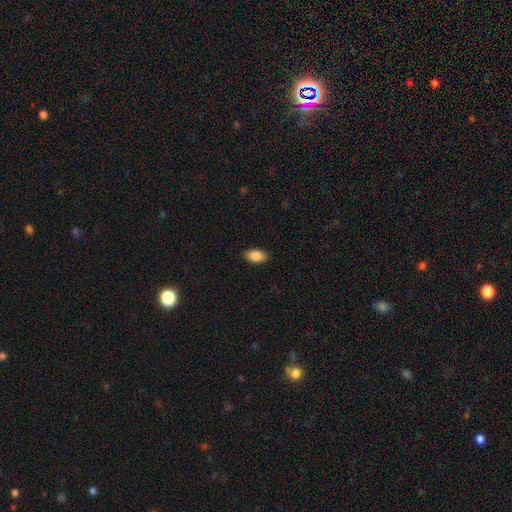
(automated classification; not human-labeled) This is clearly a smooth galaxy (87%). How rounded: clearly in between (93%). Merging: clearly none (89%).